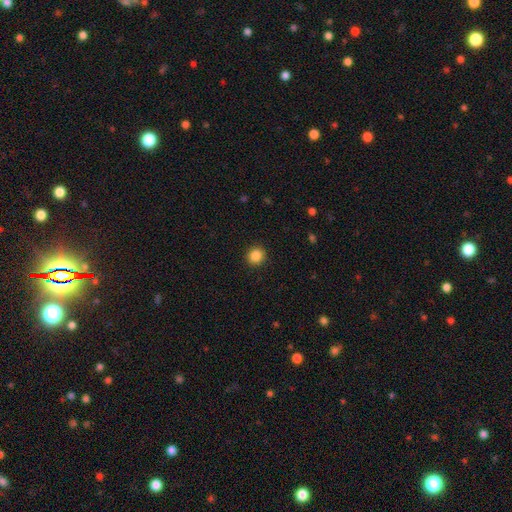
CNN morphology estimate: Smooth or featured? smooth (86%)
How rounded? round (90%)
Merging? none (92%)